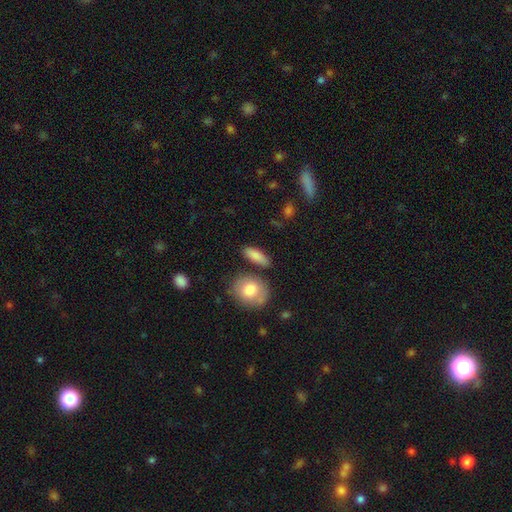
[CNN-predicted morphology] type=smooth (84%); roundness=in between (63%); merging=none (77%).